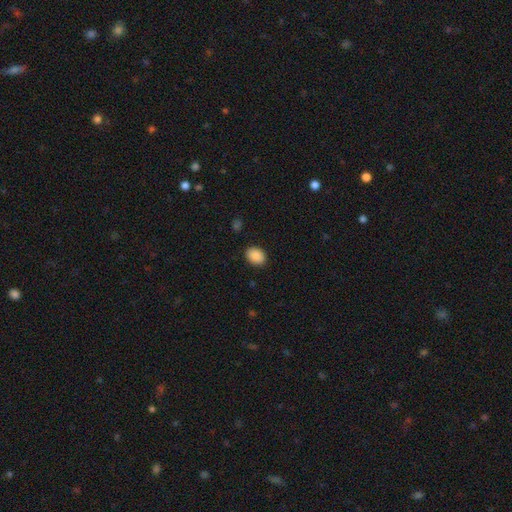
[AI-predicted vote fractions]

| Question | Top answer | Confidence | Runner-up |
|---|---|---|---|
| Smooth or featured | smooth | 90% | star or artifact (7%) |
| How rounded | in between | 66% | round (33%) |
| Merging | none | 89% | minor disturbance (8%) |